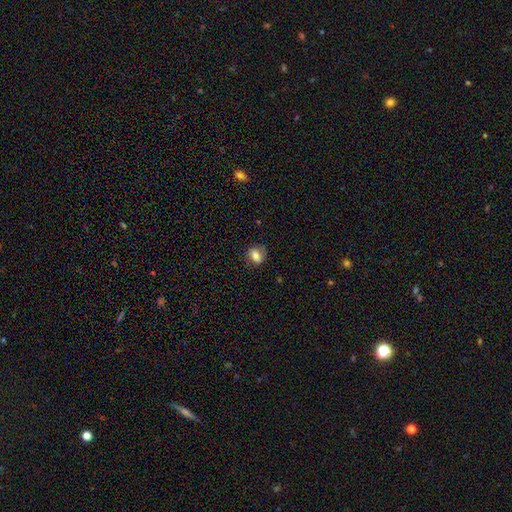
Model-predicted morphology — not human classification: A smooth galaxy with no disk features (72%) that is in between round and cigar-shaped (59%).

Vote fractions:
- Smooth or featured? smooth: 72% / featured or disk: 18% / star or artifact: 9%
- How rounded? in between: 59% / round: 39% / cigar-shaped: 2%
- Merging? none: 73% / minor disturbance: 18% / major disturbance: 7% / merger: 1%